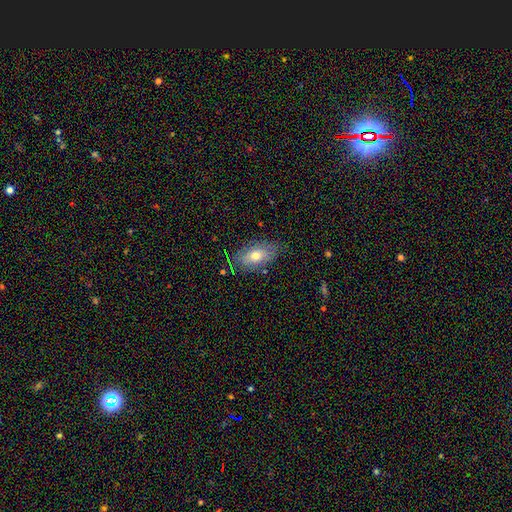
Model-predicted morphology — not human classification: Smooth or featured?
  - smooth: 66% *
  - featured or disk: 24%
  - star or artifact: 10%
How rounded?
  - in between: 88% *
  - round: 7%
  - cigar-shaped: 5%
Merging?
  - none: 78% *
  - minor disturbance: 16%
  - major disturbance: 4%
  - merger: 2%